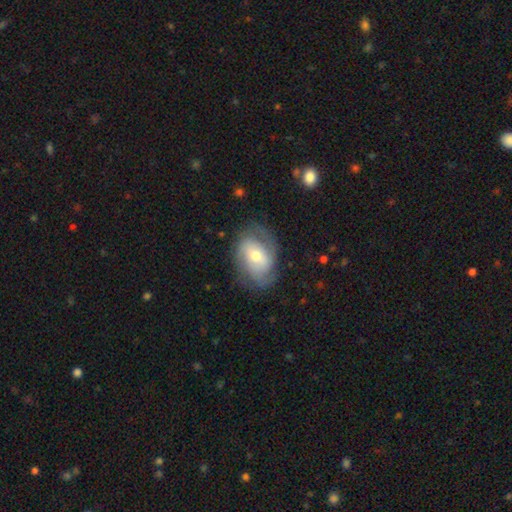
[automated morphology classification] smooth_or_featured: featured or disk (p=0.67) [alt: smooth p=0.26]
disk_edge_on: no (p=0.95) [alt: yes p=0.05]
bar: no (p=0.47) [alt: weak p=0.37]
has_spiral_arms: yes (p=0.84) [alt: no p=0.16]
spiral_winding: tight (p=0.40) [tied with: medium p=0.40]
spiral_arm_count: 2 (p=0.60) [alt: can't tell p=0.22]
bulge_size: moderate (p=0.61) [alt: small p=0.32]
merging: none (p=0.68) [alt: minor disturbance p=0.20]